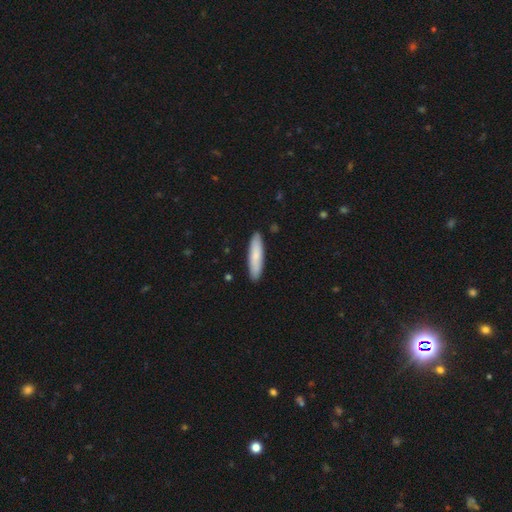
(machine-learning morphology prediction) This is clearly a smooth galaxy (80%). How rounded: likely cigar-shaped (78%). Merging: clearly none (89%).